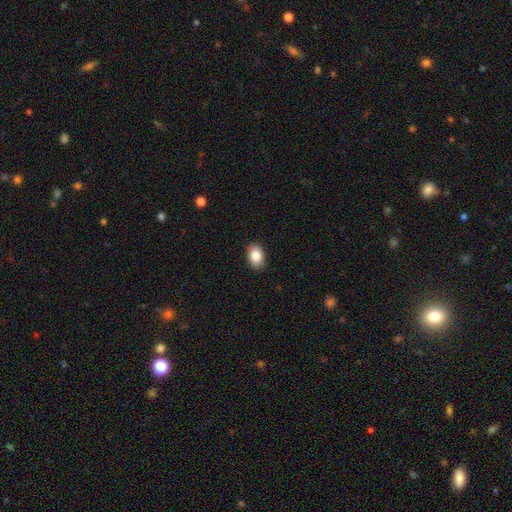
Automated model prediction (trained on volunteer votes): Smooth or featured? smooth (85%)
How rounded? in between (81%)
Merging? none (89%)